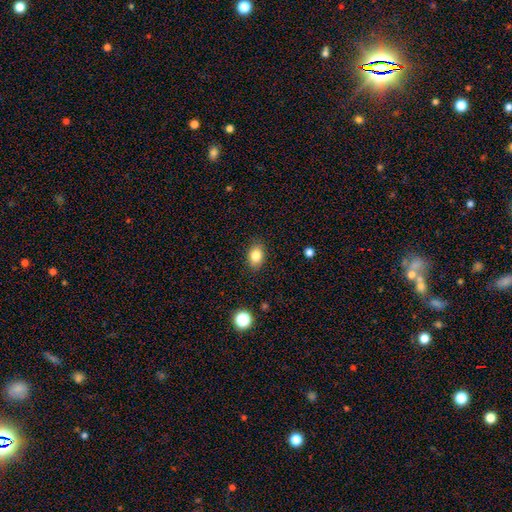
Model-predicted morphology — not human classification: Smooth or featured? smooth (84%)
How rounded? in between (79%)
Merging? none (86%)